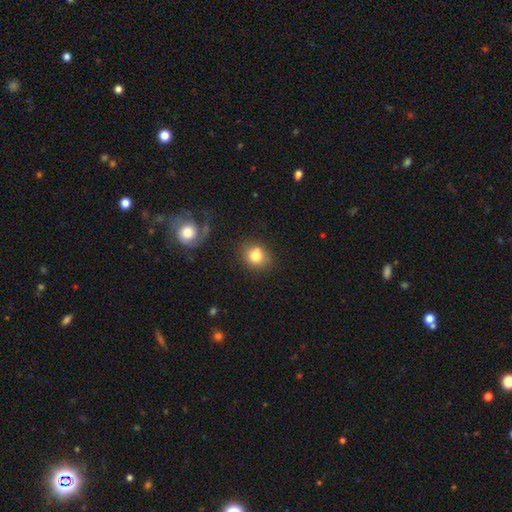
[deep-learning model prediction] Q: Smooth or featured?
A: smooth (79%); runner-up: featured or disk (11%)
Q: How rounded?
A: round (74%); runner-up: in between (25%)
Q: Merging?
A: none (69%); runner-up: minor disturbance (15%)